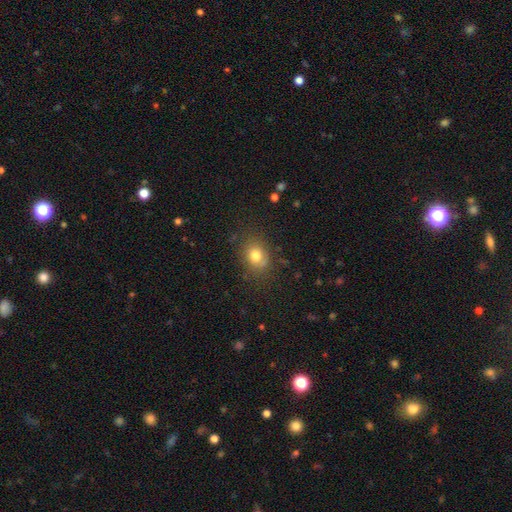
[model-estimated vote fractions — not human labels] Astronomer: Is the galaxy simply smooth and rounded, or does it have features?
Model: smooth — 78%.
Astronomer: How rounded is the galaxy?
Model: round — 55% (runner-up: in between, 44%).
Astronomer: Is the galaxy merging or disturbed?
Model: none — 77%.